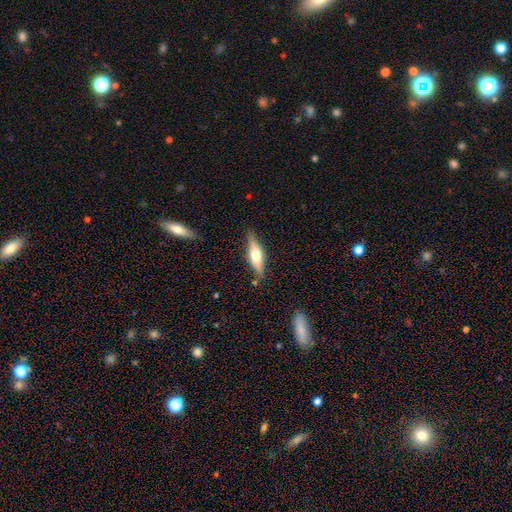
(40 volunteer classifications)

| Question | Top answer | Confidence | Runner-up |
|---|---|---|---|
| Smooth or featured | featured or disk | 50% | smooth (40%) |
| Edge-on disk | yes | 85% | no (15%) |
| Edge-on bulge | rounded | 76% | boxy (12%) |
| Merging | none | 81% | minor disturbance (17%) |